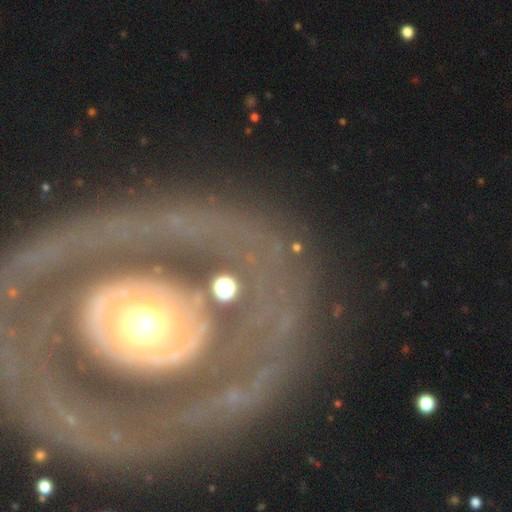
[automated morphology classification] Q: Smooth or featured?
A: featured or disk (78%); runner-up: smooth (13%)
Q: Edge-on disk?
A: no (93%); runner-up: yes (7%)
Q: Bar?
A: no (68%); runner-up: weak (18%)
Q: Spiral arms?
A: yes (65%); runner-up: no (35%)
Q: Bulge size?
A: moderate (61%); runner-up: large (25%)
Q: Merging?
A: none (64%); runner-up: major disturbance (18%)